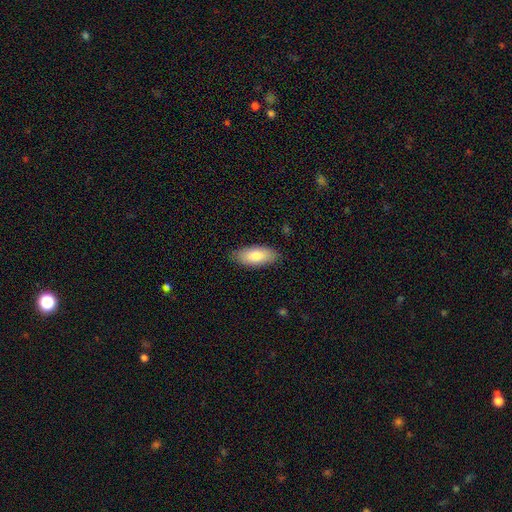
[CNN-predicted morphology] Smooth or featured?
  - smooth: 82% *
  - featured or disk: 12%
  - star or artifact: 6%
How rounded?
  - in between: 86% *
  - cigar-shaped: 12%
  - round: 2%
Merging?
  - none: 85% *
  - minor disturbance: 11%
  - major disturbance: 2%
  - merger: 1%